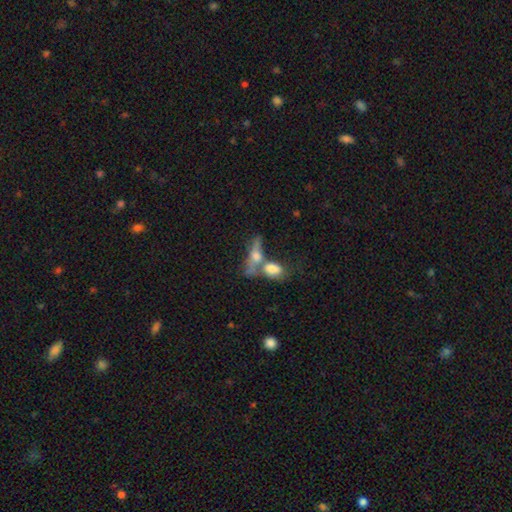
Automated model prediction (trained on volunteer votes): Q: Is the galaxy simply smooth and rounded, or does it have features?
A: smooth — 48%.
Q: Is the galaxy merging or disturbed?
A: merger — 54%.